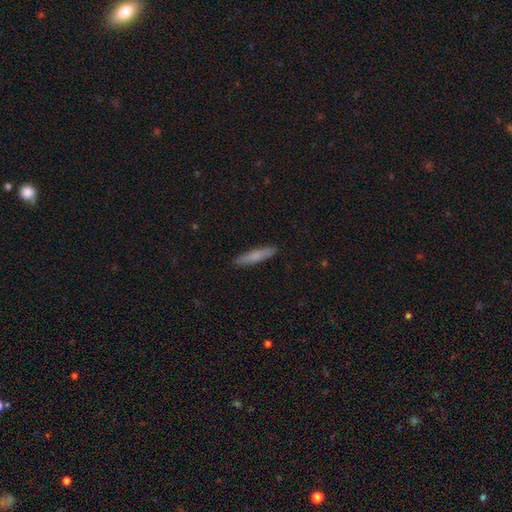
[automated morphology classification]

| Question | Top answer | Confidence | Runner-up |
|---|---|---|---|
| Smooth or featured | smooth | 73% | featured or disk (21%) |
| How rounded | cigar-shaped | 89% | in between (9%) |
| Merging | none | 90% | minor disturbance (7%) |